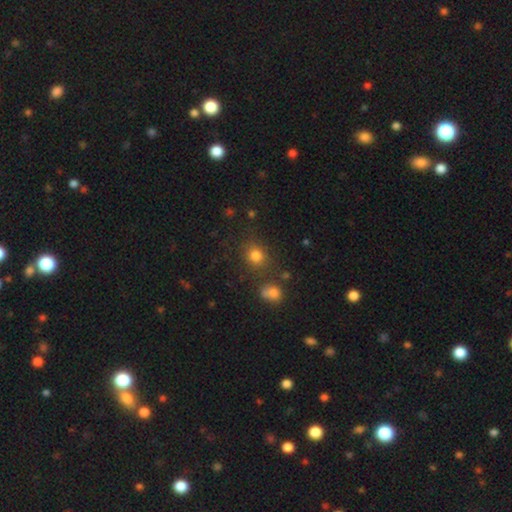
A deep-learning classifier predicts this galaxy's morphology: Smooth or featured? Predicted: smooth (p=0.79). How rounded? Predicted: round (p=0.73). Merging? Predicted: none (p=0.75).